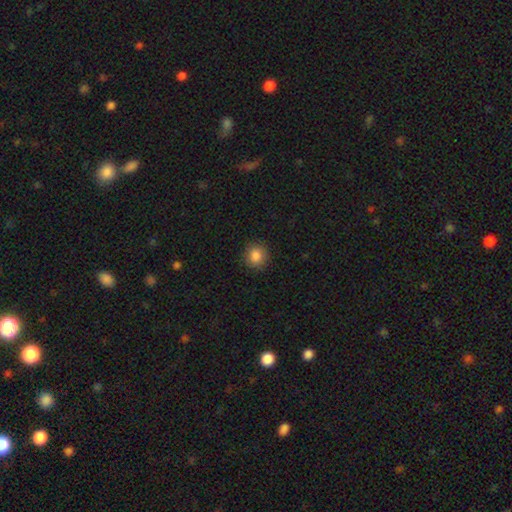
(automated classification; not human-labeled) This appears to be a smooth galaxy with no disk features (86%) that is round (88%). Merging: none (90%).